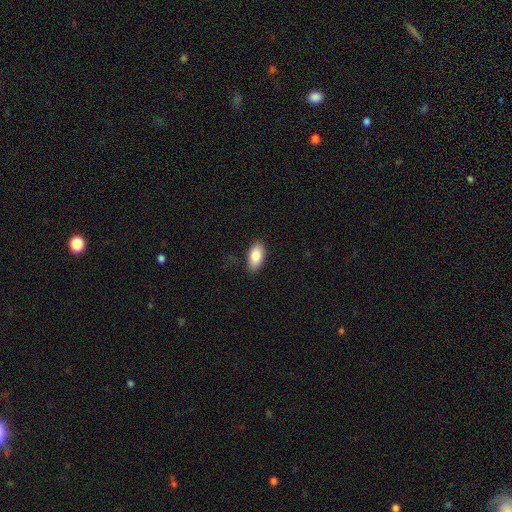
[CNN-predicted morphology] smooth_or_featured: smooth (p=0.85) [alt: featured or disk p=0.08]
how_rounded: in between (p=0.92) [alt: cigar-shaped p=0.05]
merging: none (p=0.85) [alt: minor disturbance p=0.11]